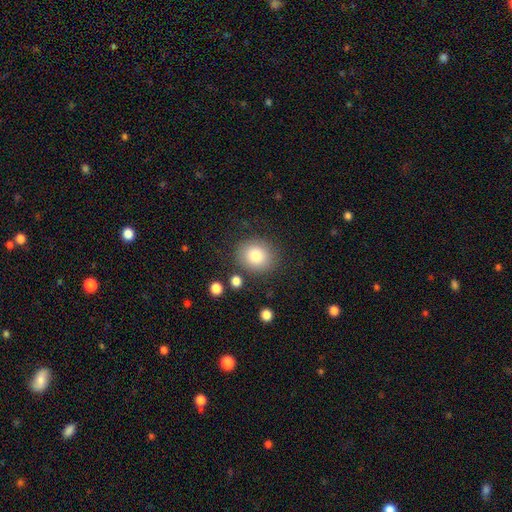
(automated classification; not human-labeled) smooth-or-featured: smooth: 81% | featured or disk: 9% | star or artifact: 9%
  how-rounded: round: 77% | in between: 22% | cigar-shaped: 1%
  merging: none: 83% | minor disturbance: 10% | major disturbance: 4% | merger: 3%